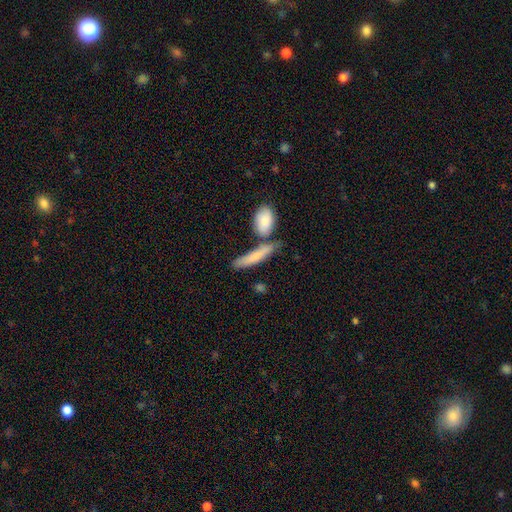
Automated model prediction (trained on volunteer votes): Smooth or featured? Predicted: smooth (p=0.72). How rounded? Predicted: cigar-shaped (p=0.75). Merging? Predicted: none (p=0.58).